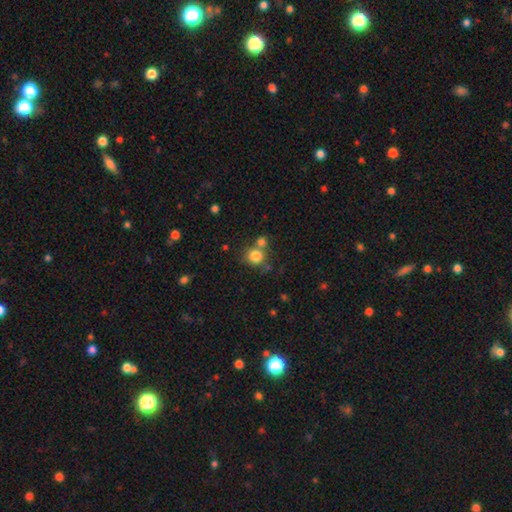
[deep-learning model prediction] Smooth or featured: smooth — 82% (star or artifact — 11%)
How rounded: round — 89% (in between — 10%)
Merging: none — 60% (merger — 27%)